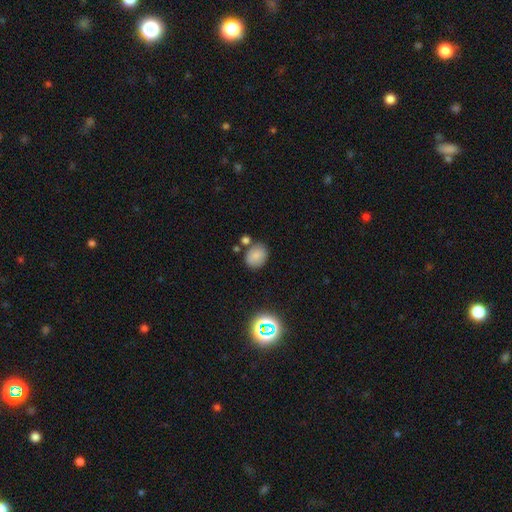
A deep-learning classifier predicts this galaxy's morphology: A smooth galaxy with no disk features (78%) that is round (57%).

Vote fractions:
- Smooth or featured? smooth: 78% / star or artifact: 14% / featured or disk: 8%
- How rounded? round: 57% / in between: 42% / cigar-shaped: 1%
- Merging? none: 72% / minor disturbance: 14% / merger: 10% / major disturbance: 4%